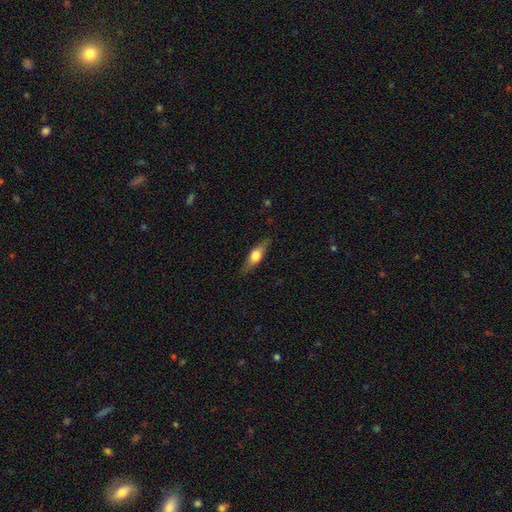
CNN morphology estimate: Overall: smooth (49%; featured or disk 44%). Merging: none (83%).